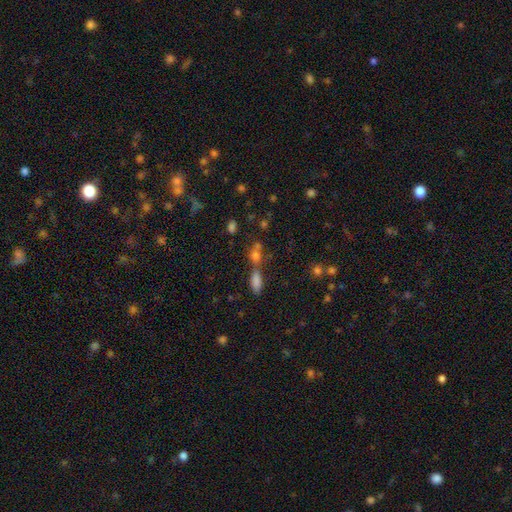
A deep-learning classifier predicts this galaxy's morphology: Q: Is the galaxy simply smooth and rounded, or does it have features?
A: smooth — 54%.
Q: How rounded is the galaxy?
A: in between — 49%.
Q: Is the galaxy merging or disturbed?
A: none — 50%.